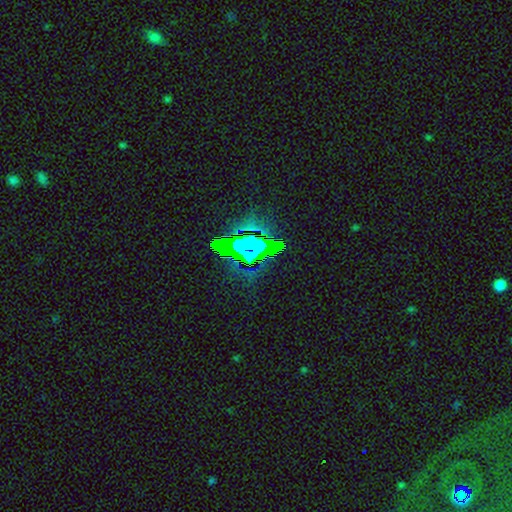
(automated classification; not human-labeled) Morphology: type=star or artifact (65%).